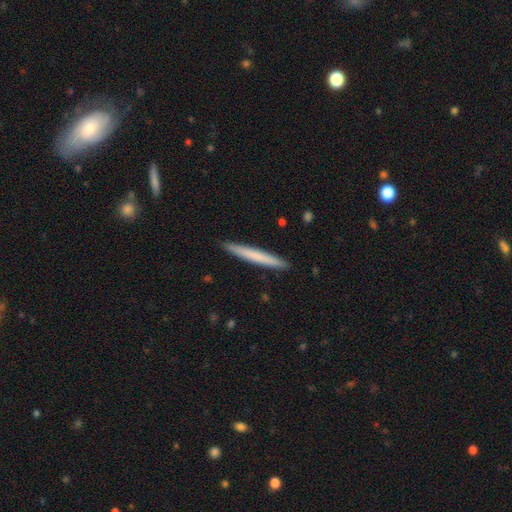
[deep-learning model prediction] smooth-or-featured: smooth: 56% | featured or disk: 36% | star or artifact: 8%
  how-rounded: cigar-shaped: 96% | in between: 2% | round: 1%
  merging: none: 90% | minor disturbance: 7% | major disturbance: 1% | merger: 1%